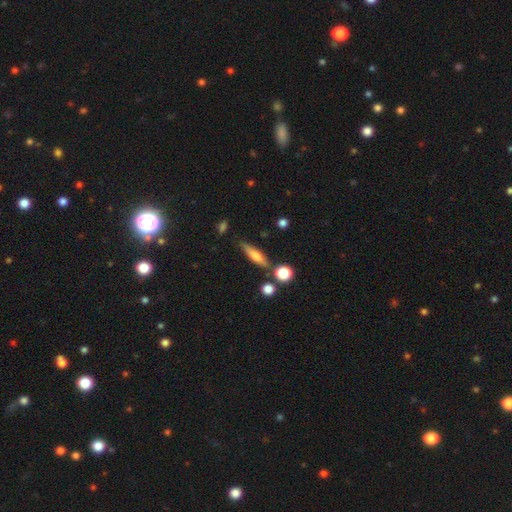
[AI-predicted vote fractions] Smooth or featured?
  - smooth: 59% *
  - featured or disk: 33%
  - star or artifact: 8%
How rounded?
  - cigar-shaped: 70% *
  - in between: 26%
  - round: 4%
Merging?
  - none: 75% *
  - minor disturbance: 14%
  - merger: 7%
  - major disturbance: 4%